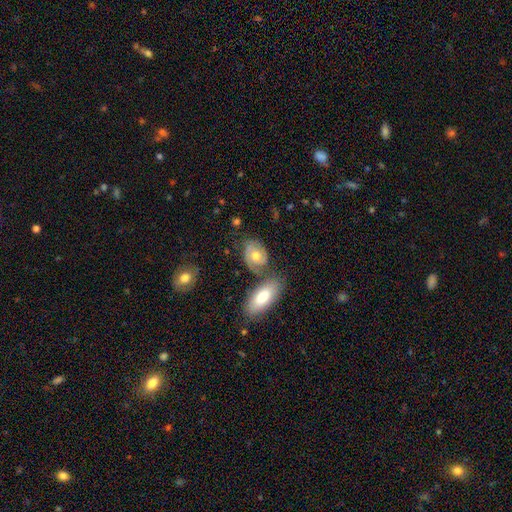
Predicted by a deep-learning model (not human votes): A featured or disk galaxy (54%) with no bar (78%), spiral arms (76%) and a moderate central bulge (71%).

Vote fractions:
- Smooth or featured? featured or disk: 54% / smooth: 38% / star or artifact: 7%
- Edge-on disk? no: 94% / yes: 6%
- Bar? no: 78% / weak: 19% / strong: 3%
- Spiral arms? yes: 76% / no: 24%
- Bulge size? moderate: 71% / small: 14% / large: 12% / none: 2% / dominant: 1%
- Merging? none: 53% / minor disturbance: 20% / merger: 18% / major disturbance: 8%